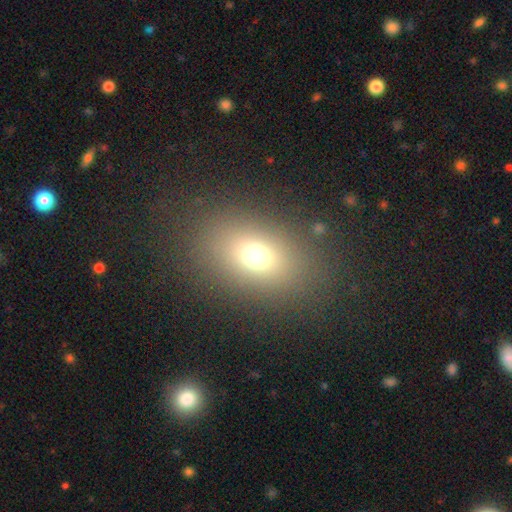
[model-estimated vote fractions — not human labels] Overall: smooth (70%). How rounded: in between (70%). Merging: none (83%).